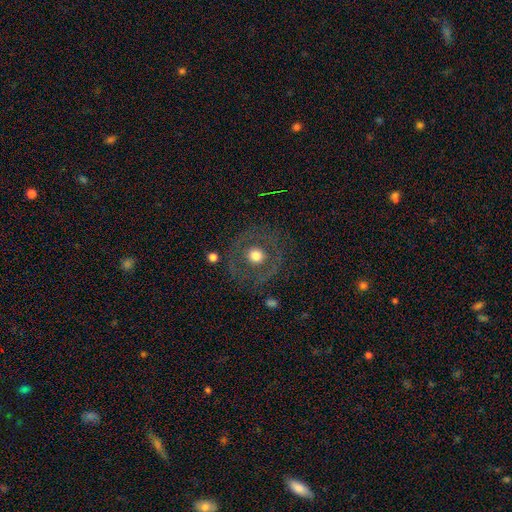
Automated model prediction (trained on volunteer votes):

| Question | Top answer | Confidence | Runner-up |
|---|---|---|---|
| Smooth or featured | smooth | 49% | featured or disk (42%) |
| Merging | none | 83% | minor disturbance (9%) |